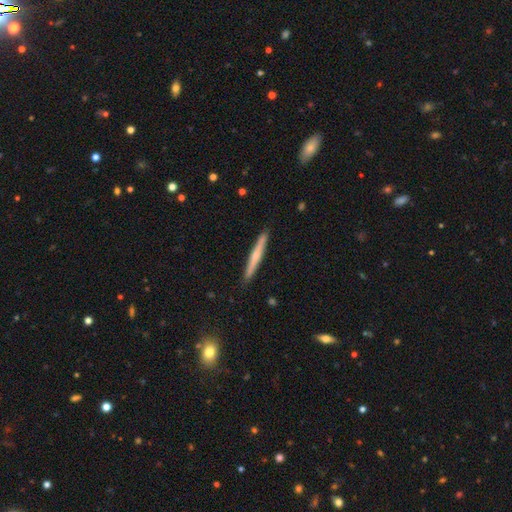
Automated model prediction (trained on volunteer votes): Q: Smooth or featured?
A: featured or disk (48%); runner-up: smooth (46%)
Q: Merging?
A: none (91%); runner-up: minor disturbance (6%)